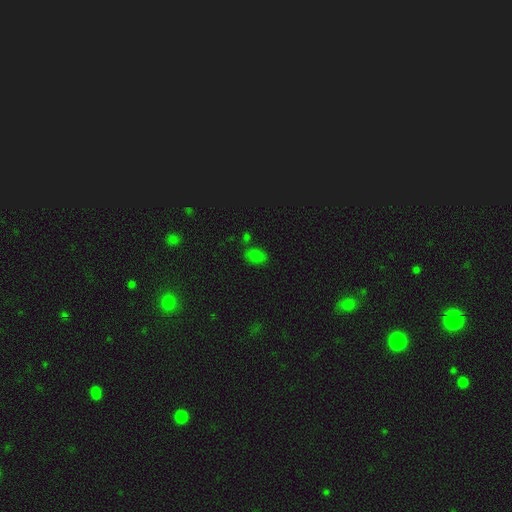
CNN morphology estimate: type=smooth (71%); roundness=in between (82%); merging=none (71%).